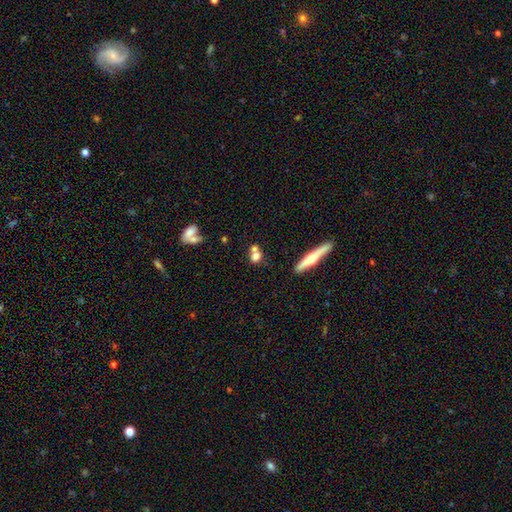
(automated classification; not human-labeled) A smooth galaxy with no disk features (69%) that is round (70%).

Vote fractions:
- Smooth or featured? smooth: 69% / featured or disk: 20% / star or artifact: 11%
- How rounded? round: 70% / in between: 23% / cigar-shaped: 7%
- Merging? none: 50% / merger: 37% / minor disturbance: 9% / major disturbance: 4%